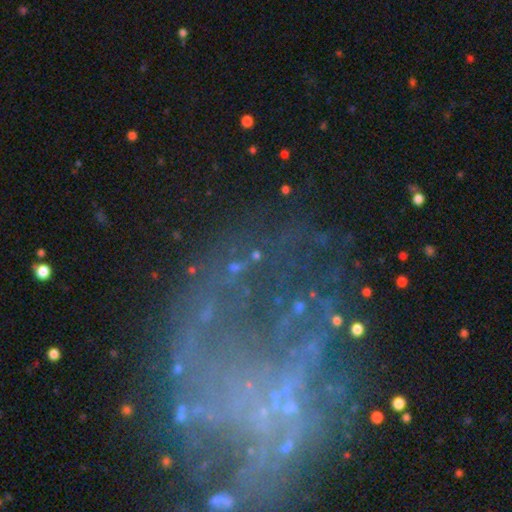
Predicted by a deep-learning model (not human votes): smooth-or-featured: featured or disk: 45% | star or artifact: 37% | smooth: 18%
  merging: none: 64% | minor disturbance: 16% | major disturbance: 13% | merger: 6%